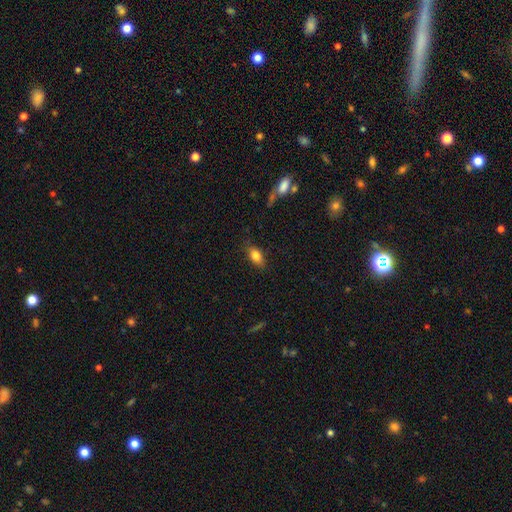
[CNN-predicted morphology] Overall: smooth (79%). How rounded: in between (83%). Merging: none (80%).